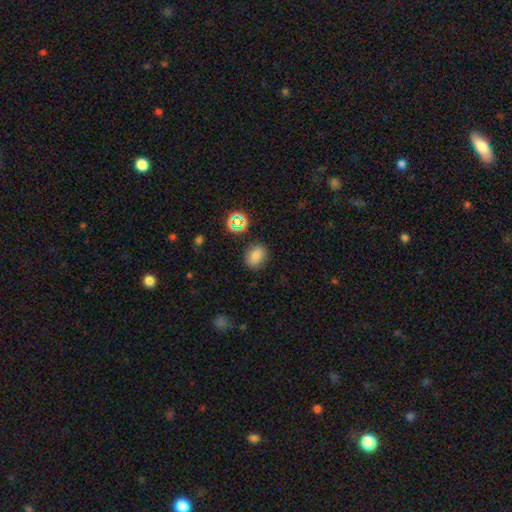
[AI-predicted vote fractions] A smooth galaxy with no disk features (77%) that is in between round and cigar-shaped (55%). Merging: none (82%).